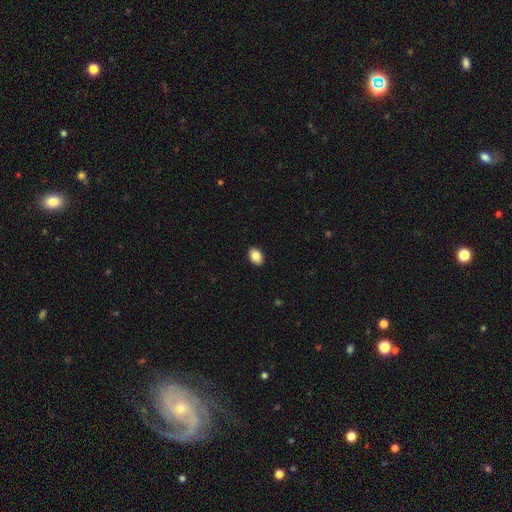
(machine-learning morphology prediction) type=smooth (86%); roundness=in between (78%); merging=none (91%).